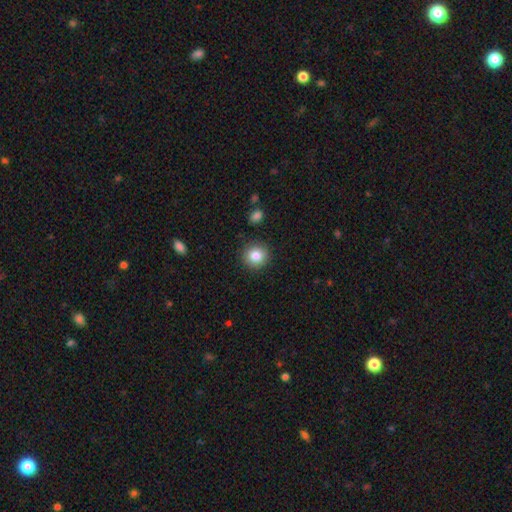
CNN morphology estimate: smooth_or_featured: smooth (p=0.84) [alt: star or artifact p=0.10]
how_rounded: round (p=0.91) [alt: in between p=0.09]
merging: none (p=0.89) [alt: minor disturbance p=0.07]